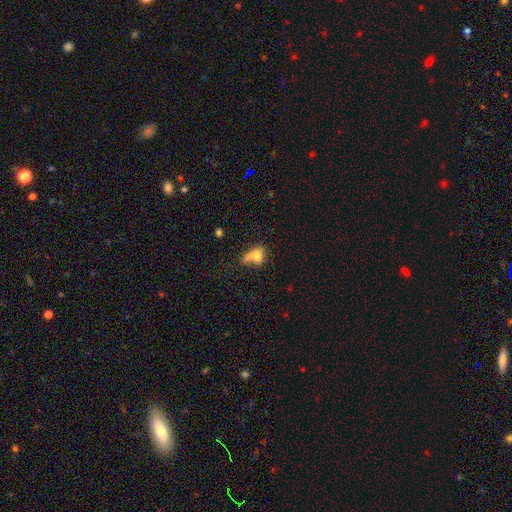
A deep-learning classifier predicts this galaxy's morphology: Overall: smooth (65%). How rounded: in between (70%). Merging: major disturbance (32%; none 26%).